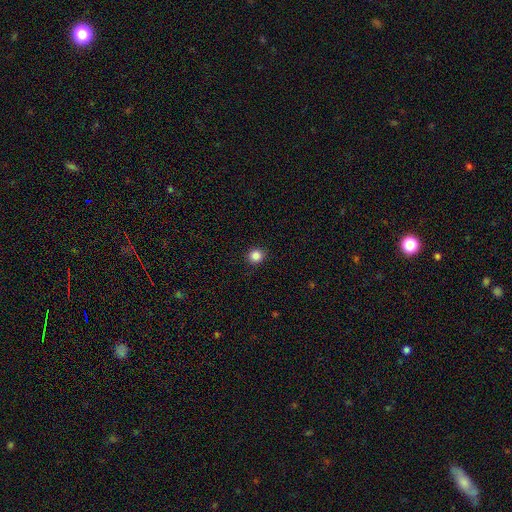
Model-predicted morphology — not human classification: A smooth galaxy with no disk features (86%) that is round (92%).

Vote fractions:
- Smooth or featured? smooth: 86% / star or artifact: 11% / featured or disk: 3%
- How rounded? round: 92% / in between: 7% / cigar-shaped: 1%
- Merging? none: 91% / minor disturbance: 6% / major disturbance: 2% / merger: 1%